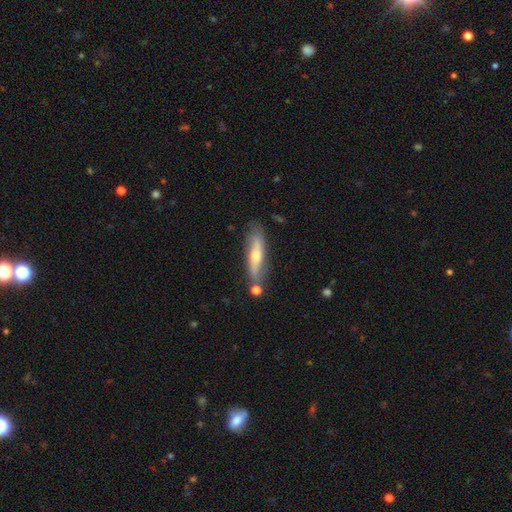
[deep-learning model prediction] Q: Smooth or featured?
A: featured or disk (52%); runner-up: smooth (41%)
Q: Edge-on disk?
A: yes (64%); runner-up: no (36%)
Q: Merging?
A: none (72%); runner-up: minor disturbance (17%)